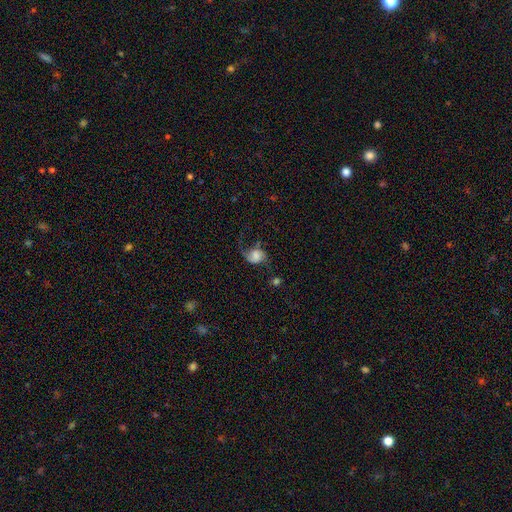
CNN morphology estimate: Q: Smooth or featured?
A: featured or disk (52%); runner-up: smooth (39%)
Q: Edge-on disk?
A: no (97%); runner-up: yes (3%)
Q: Bar?
A: no (64%); runner-up: weak (29%)
Q: Spiral arms?
A: yes (87%); runner-up: no (13%)
Q: Bulge size?
A: moderate (24%); runner-up: large (23%)
Q: Merging?
A: none (44%); runner-up: major disturbance (26%)